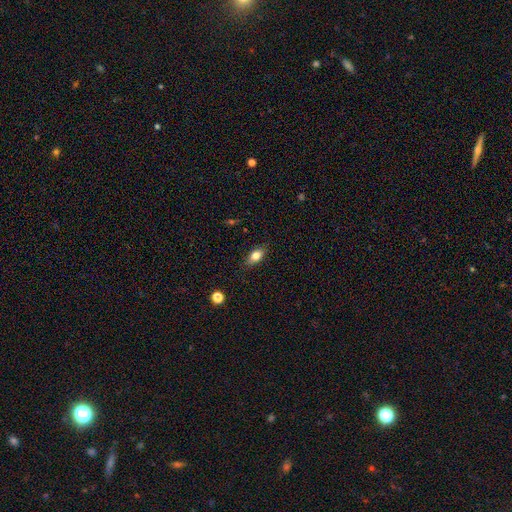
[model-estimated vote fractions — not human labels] A smooth galaxy with no disk features (79%) that is in between round and cigar-shaped (84%). Merging: none (84%).